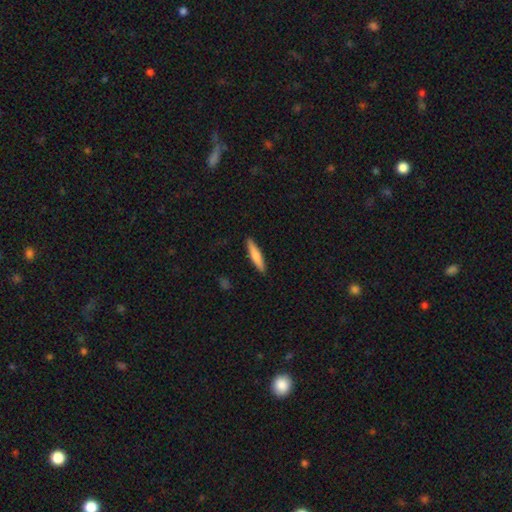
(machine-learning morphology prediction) This is likely a smooth galaxy (72%). How rounded: clearly cigar-shaped (88%). Merging: clearly none (91%).